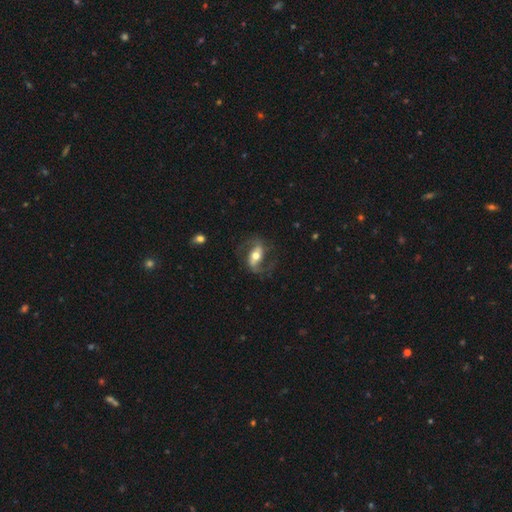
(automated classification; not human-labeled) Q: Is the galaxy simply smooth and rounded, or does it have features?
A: featured or disk — 75%.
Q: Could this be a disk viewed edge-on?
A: no — 92%.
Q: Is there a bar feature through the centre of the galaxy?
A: strong — 48%.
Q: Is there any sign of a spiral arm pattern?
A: yes — 88%.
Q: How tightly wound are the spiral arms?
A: loose — 48%.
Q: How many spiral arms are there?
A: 2 — 89%.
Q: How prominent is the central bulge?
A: moderate — 69%.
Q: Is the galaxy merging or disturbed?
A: none — 68%.